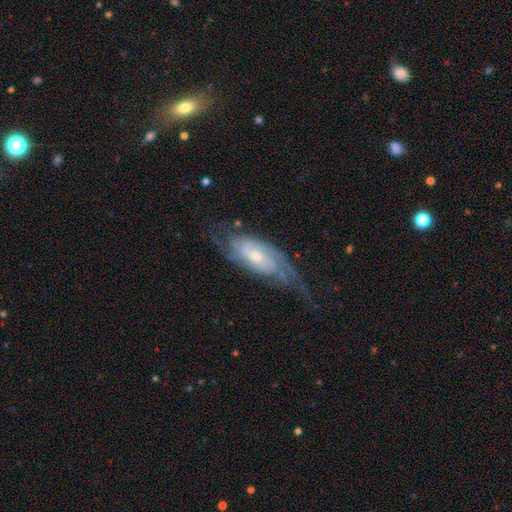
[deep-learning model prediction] Morphology: type=featured or disk (83%); edge-on=no (91%); bar=no (57%); spiral arms=yes (95%); winding=tight (50%); arm count=2 (48%); bulge=moderate (51%); merging=none (56%).